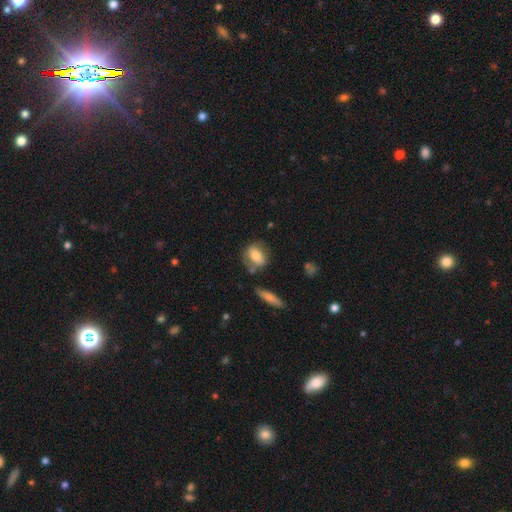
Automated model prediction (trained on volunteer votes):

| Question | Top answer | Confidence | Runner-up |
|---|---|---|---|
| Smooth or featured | smooth | 66% | featured or disk (26%) |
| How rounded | in between | 66% | round (25%) |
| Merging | none | 61% | minor disturbance (21%) |